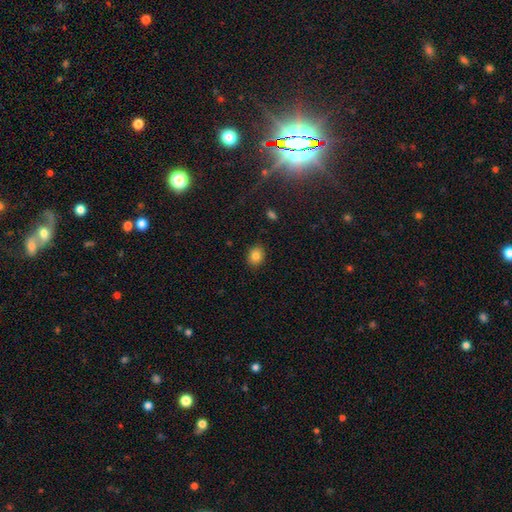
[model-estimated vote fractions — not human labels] A smooth galaxy with no disk features (83%) that is round (59%).

Vote fractions:
- Smooth or featured? smooth: 83% / star or artifact: 11% / featured or disk: 7%
- How rounded? round: 59% / in between: 40% / cigar-shaped: 1%
- Merging? none: 88% / minor disturbance: 9% / major disturbance: 2% / merger: 1%